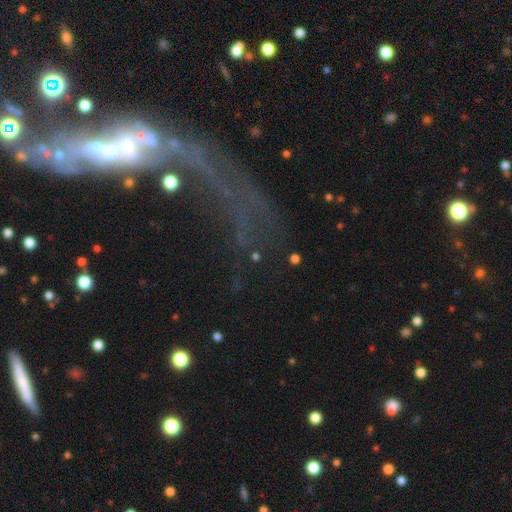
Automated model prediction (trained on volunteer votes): Overall: star or artifact (49%; featured or disk 27%).